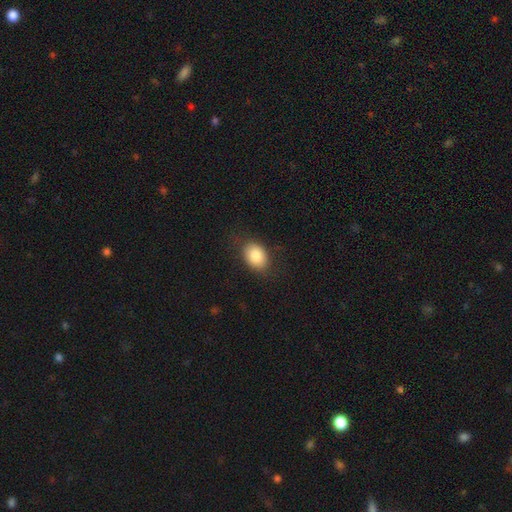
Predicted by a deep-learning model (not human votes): smooth-or-featured: smooth: 86% | star or artifact: 7% | featured or disk: 7%
  how-rounded: in between: 75% | round: 24% | cigar-shaped: 1%
  merging: none: 78% | minor disturbance: 15% | major disturbance: 5% | merger: 1%